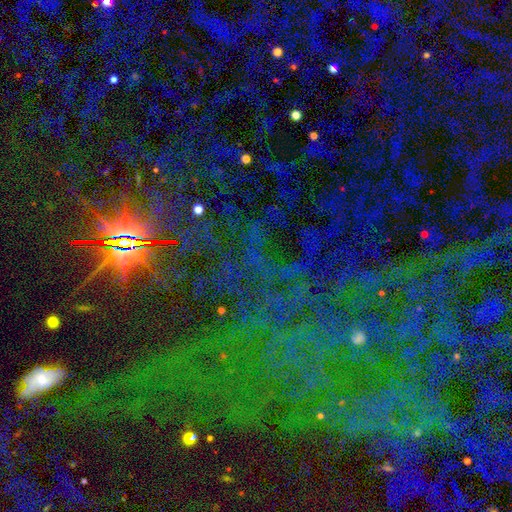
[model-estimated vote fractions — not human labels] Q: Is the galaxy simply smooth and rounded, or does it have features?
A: star or artifact — 85%.